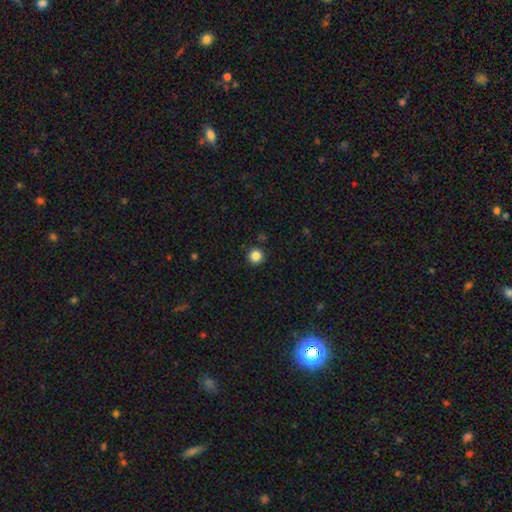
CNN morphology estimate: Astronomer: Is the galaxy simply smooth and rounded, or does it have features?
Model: smooth — 85%.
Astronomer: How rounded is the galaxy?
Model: round — 96%.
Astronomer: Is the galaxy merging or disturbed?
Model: none — 91%.